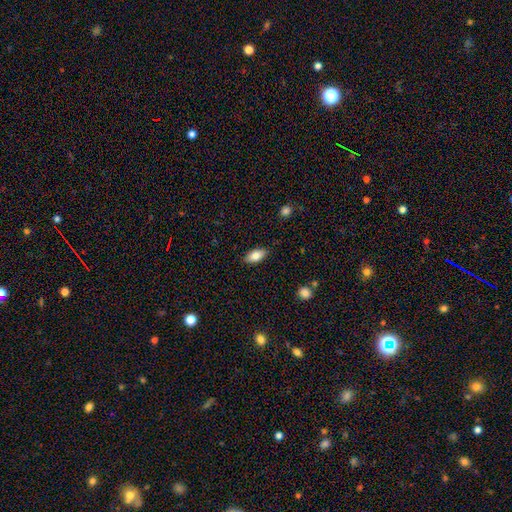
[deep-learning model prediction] Smooth or featured? smooth (80%)
How rounded? in between (90%)
Merging? none (86%)